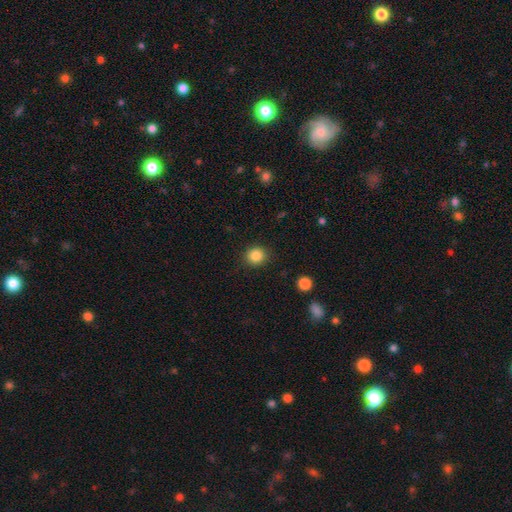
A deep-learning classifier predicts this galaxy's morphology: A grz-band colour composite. It shows a smooth galaxy with no disk features (85%) that is round (87%). Merging: none (90%).